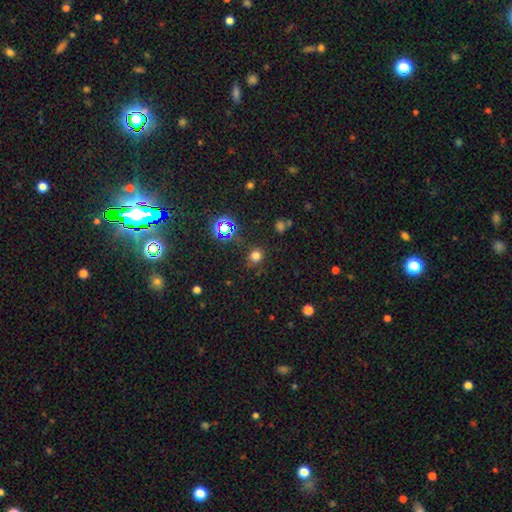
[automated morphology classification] Smooth or featured?
  - smooth: 69% *
  - star or artifact: 25%
  - featured or disk: 6%
How rounded?
  - round: 82% *
  - in between: 17%
  - cigar-shaped: 1%
Merging?
  - none: 82% *
  - minor disturbance: 11%
  - major disturbance: 4%
  - merger: 2%